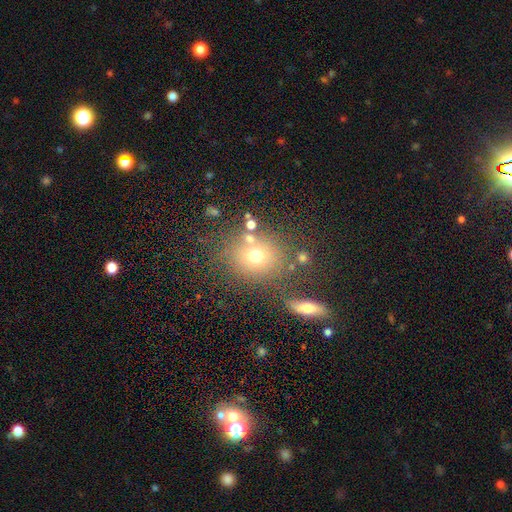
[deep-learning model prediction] Q: Smooth or featured?
A: smooth (67%); runner-up: star or artifact (17%)
Q: How rounded?
A: round (72%); runner-up: in between (27%)
Q: Merging?
A: none (67%); runner-up: merger (13%)